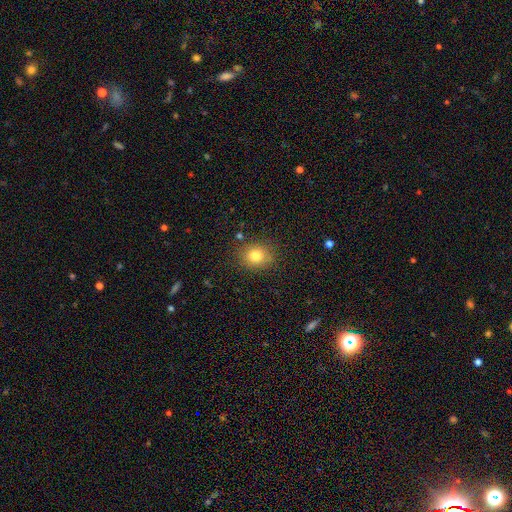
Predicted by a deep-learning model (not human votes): Smooth or featured? Predicted: smooth (p=0.80). How rounded? Predicted: round (p=0.70). Merging? Predicted: none (p=0.85).